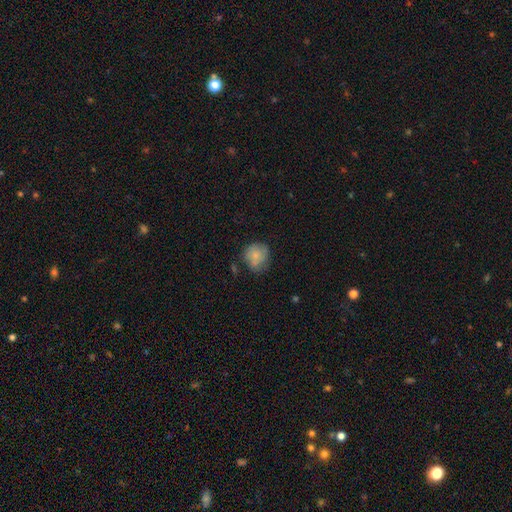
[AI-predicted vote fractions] A smooth galaxy with no disk features (77%) that is round (80%).

Vote fractions:
- Smooth or featured? smooth: 77% / featured or disk: 15% / star or artifact: 8%
- How rounded? round: 80% / in between: 19% / cigar-shaped: 1%
- Merging? none: 57% / minor disturbance: 27% / merger: 9% / major disturbance: 8%